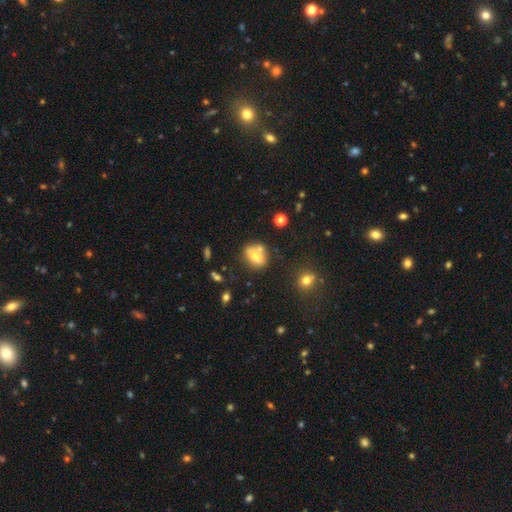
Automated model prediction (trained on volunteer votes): A smooth galaxy with no disk features (66%) that is in between round and cigar-shaped (66%).

Vote fractions:
- Smooth or featured? smooth: 66% / featured or disk: 23% / star or artifact: 11%
- How rounded? in between: 66% / round: 26% / cigar-shaped: 8%
- Merging? none: 51% / merger: 26% / minor disturbance: 16% / major disturbance: 6%